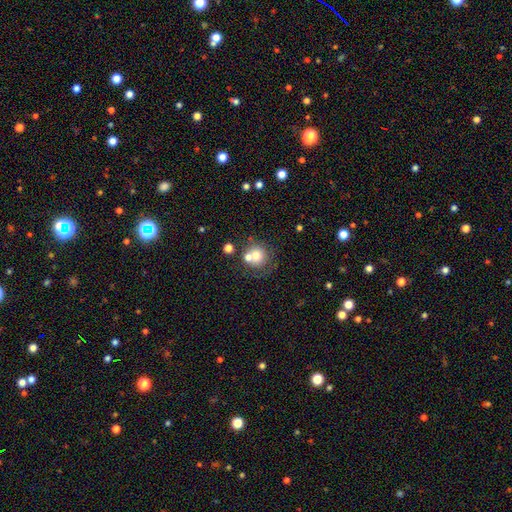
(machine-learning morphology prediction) A smooth galaxy with no disk features (69%) that is round (89%). Merging: none (50%).